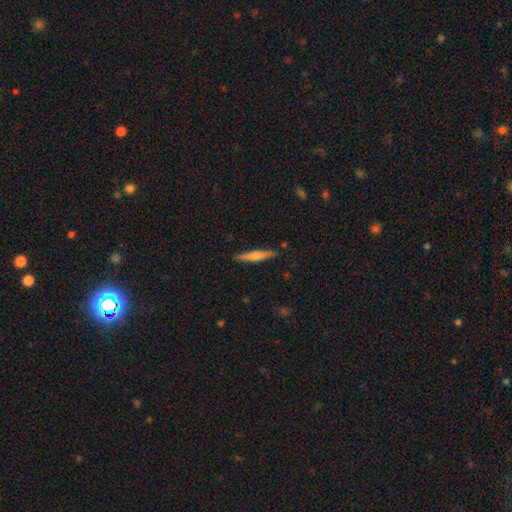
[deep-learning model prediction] Overall: smooth (52%; featured or disk 43%). How rounded: cigar-shaped (92%). Merging: none (88%).